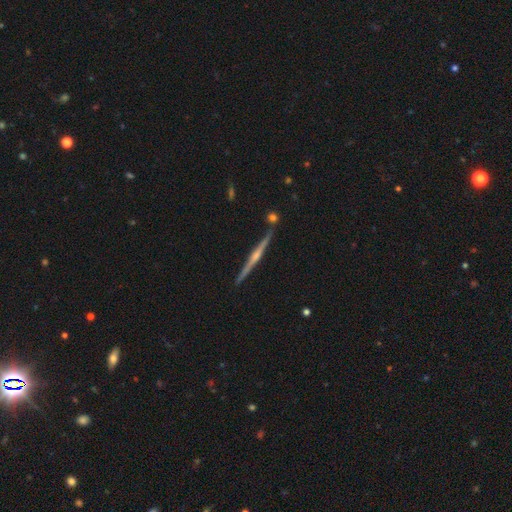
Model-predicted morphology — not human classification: type=featured or disk (82%); edge-on=yes (99%); edge-on bulge=rounded (80%); merging=none (88%).